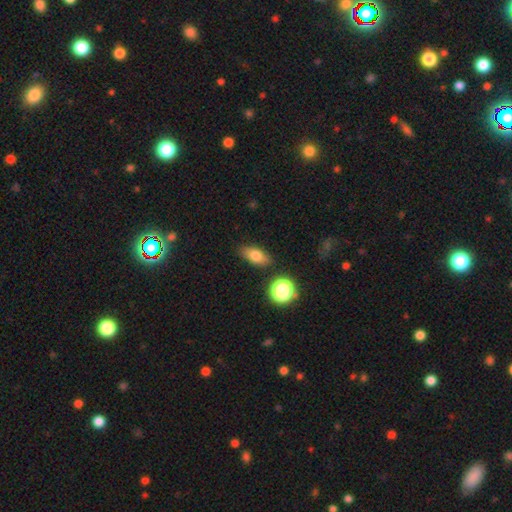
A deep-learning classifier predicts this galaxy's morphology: smooth_or_featured: smooth (p=0.76) [alt: featured or disk p=0.13]
how_rounded: in between (p=0.79) [alt: round p=0.12]
merging: none (p=0.83) [alt: minor disturbance p=0.11]